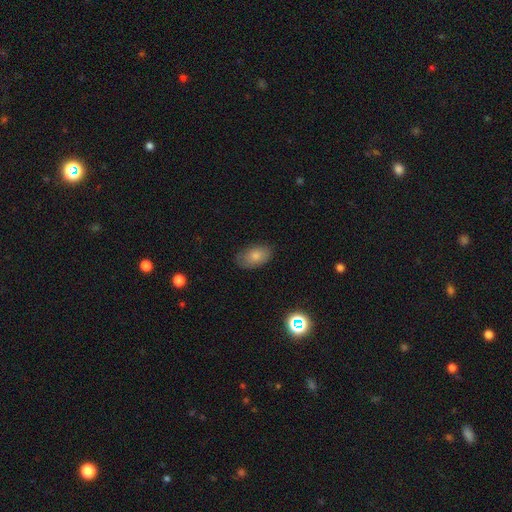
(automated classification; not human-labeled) smooth 79%, featured or disk 13%, star or artifact 9%. Down the decision tree: how rounded — in between (92%); merging — none (78%).